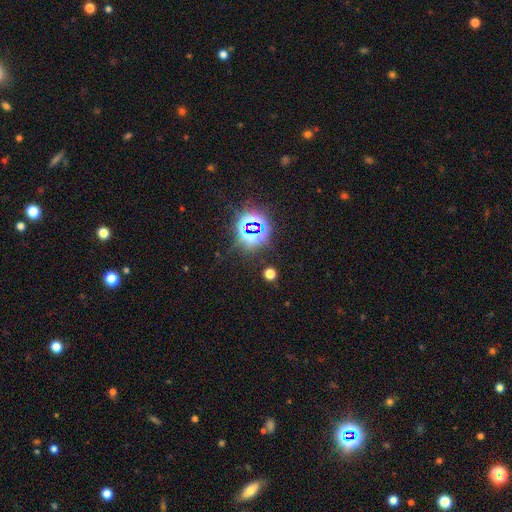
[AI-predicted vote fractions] Smooth or featured? Predicted: star or artifact (p=0.76).